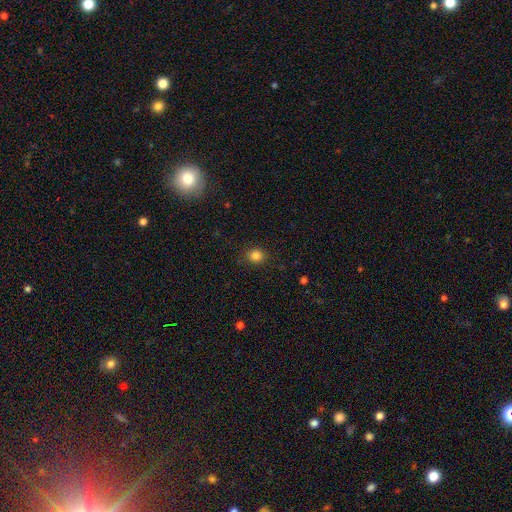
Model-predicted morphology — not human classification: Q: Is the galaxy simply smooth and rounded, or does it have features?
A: smooth — 84%.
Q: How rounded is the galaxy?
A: round — 76%.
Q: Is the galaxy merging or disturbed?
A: none — 88%.